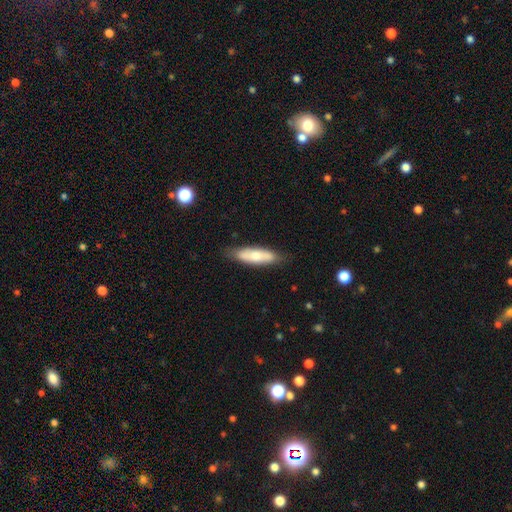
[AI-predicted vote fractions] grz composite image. It shows a smooth galaxy with no disk features (63%) that is in between round and cigar-shaped (52%). Merging: none (80%).